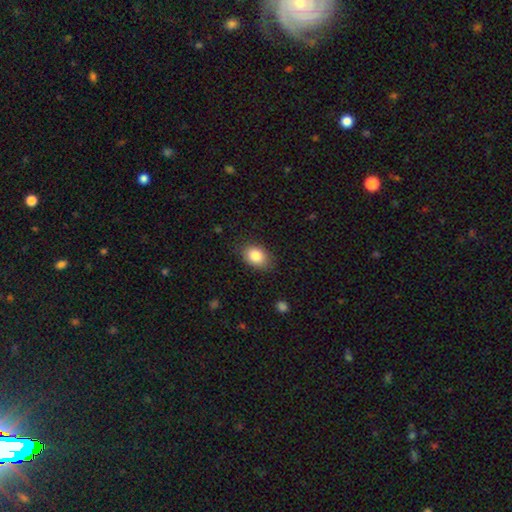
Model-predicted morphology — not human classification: Smooth or featured?
  - smooth: 85% *
  - star or artifact: 8%
  - featured or disk: 7%
How rounded?
  - in between: 79% *
  - round: 20%
  - cigar-shaped: 1%
Merging?
  - none: 82% *
  - minor disturbance: 13%
  - major disturbance: 3%
  - merger: 1%